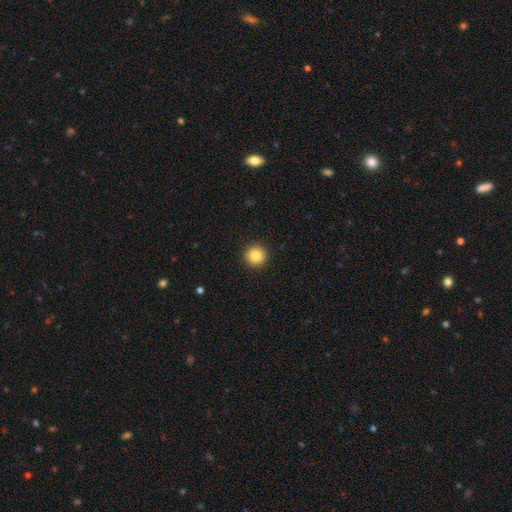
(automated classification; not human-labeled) Morphology: type=smooth (87%); roundness=round (96%); merging=none (93%).